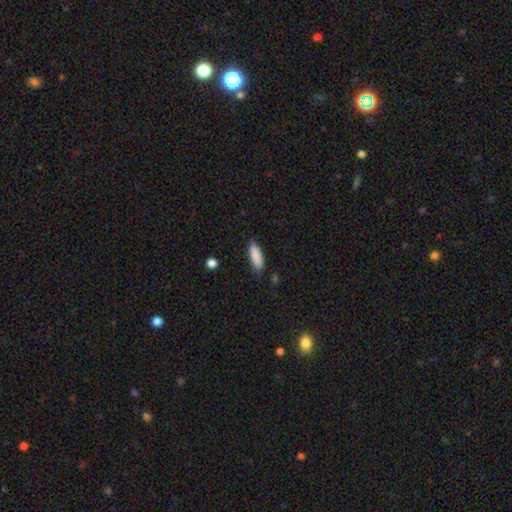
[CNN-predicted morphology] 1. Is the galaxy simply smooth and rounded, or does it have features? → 88% smooth, 6% star or artifact, 6% featured or disk.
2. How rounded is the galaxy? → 61% in between, 37% cigar-shaped, 2% round.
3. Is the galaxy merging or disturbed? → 81% none, 15% minor disturbance, 3% major disturbance, 2% merger.